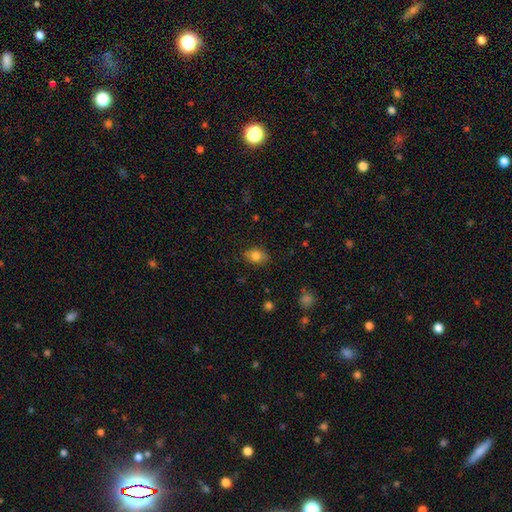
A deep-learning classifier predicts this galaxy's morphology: Q: Smooth or featured?
A: smooth (80%); runner-up: featured or disk (10%)
Q: How rounded?
A: in between (67%); runner-up: round (31%)
Q: Merging?
A: none (79%); runner-up: minor disturbance (16%)